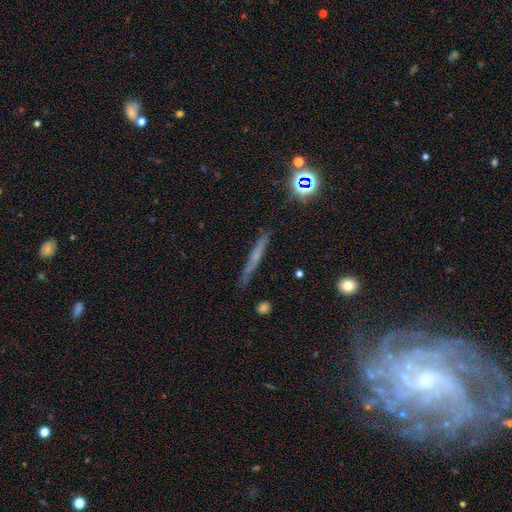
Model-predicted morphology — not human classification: This is marginally a smooth galaxy (45%). Merging: clearly none (84%).